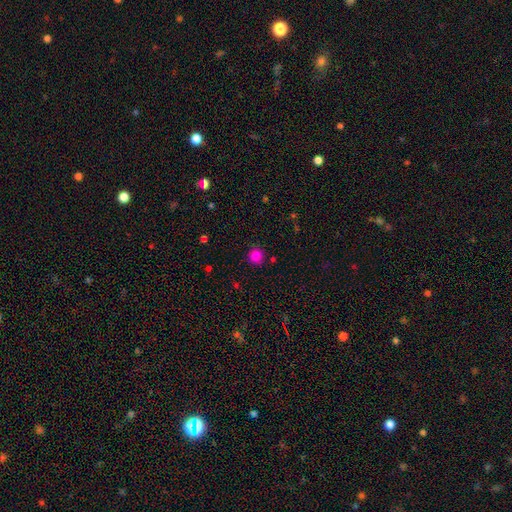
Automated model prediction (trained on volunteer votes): Smooth or featured? smooth (82%)
How rounded? round (94%)
Merging? none (90%)